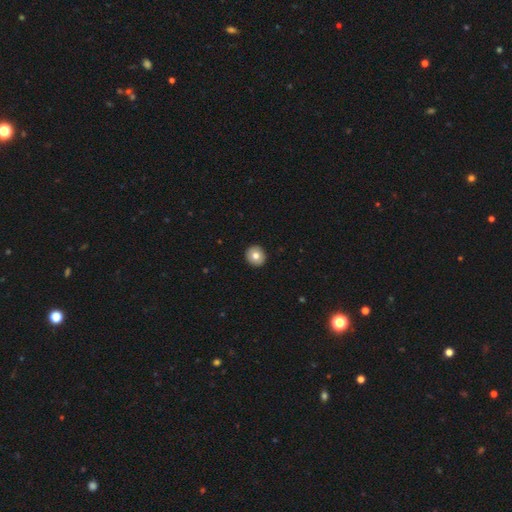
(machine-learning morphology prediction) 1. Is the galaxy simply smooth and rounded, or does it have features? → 77% smooth, 14% featured or disk, 8% star or artifact.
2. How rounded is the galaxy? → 92% round, 7% in between, 1% cigar-shaped.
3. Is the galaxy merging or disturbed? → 93% none, 5% minor disturbance, 1% major disturbance, 1% merger.